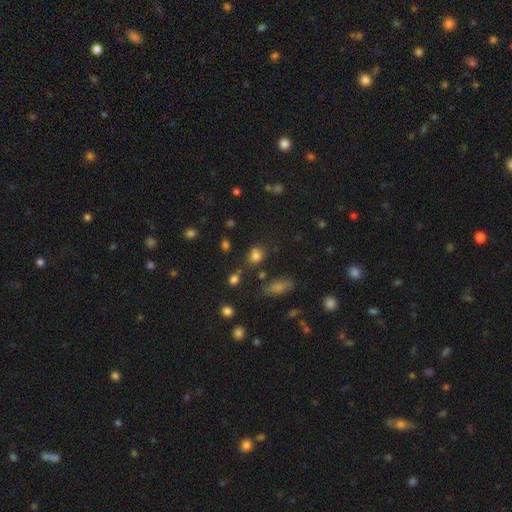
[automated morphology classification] The model was most divided on "how rounded": round: 58%, in between: 41%, cigar-shaped: 2%. More confident: smooth or featured — smooth (76%); merging — none (63%).